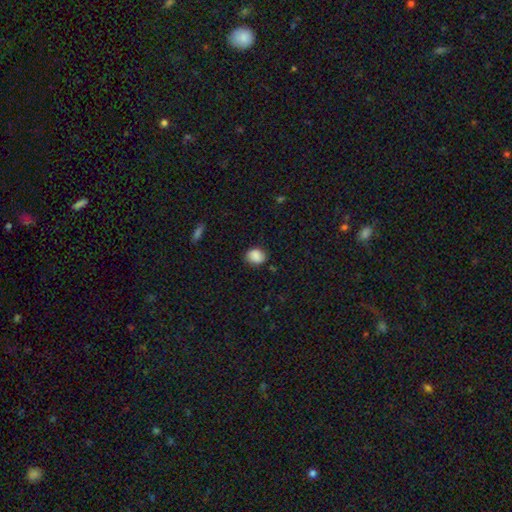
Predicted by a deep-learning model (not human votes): smooth-or-featured: smooth: 87% | star or artifact: 8% | featured or disk: 5%
  how-rounded: round: 51% | in between: 48% | cigar-shaped: 1%
  merging: none: 79% | minor disturbance: 16% | major disturbance: 3% | merger: 1%